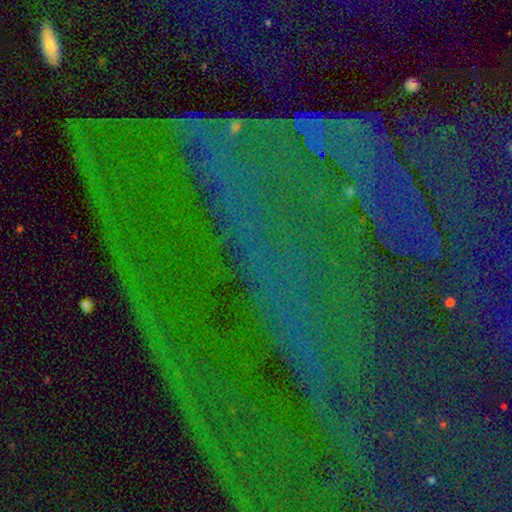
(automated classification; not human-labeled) This appears to be a star or artifact, not a galaxy (83%).